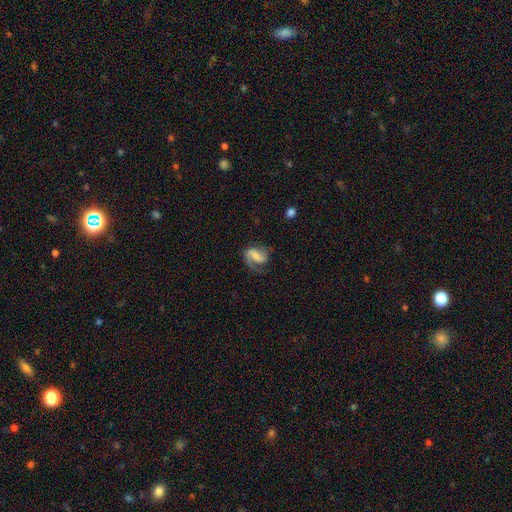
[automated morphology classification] This is likely a featured or disk galaxy (74%). It is clearly not viewed edge-on (97%). Bar: possibly weak (45%). Spiral arm pattern: clearly yes (93%). Spiral arm count: likely 2 (69%). Spiral winding: possibly medium (45%). Central bulge: marginally small (40%). Merging: likely none (61%).